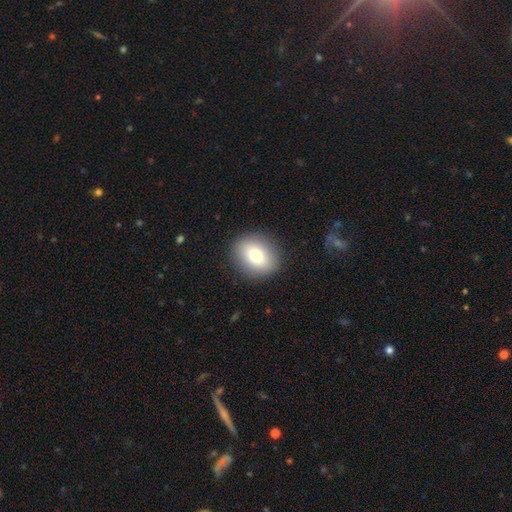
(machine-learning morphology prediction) smooth 77%, featured or disk 13%, star or artifact 9%. Down the decision tree: how rounded — round (56%); merging — none (89%).